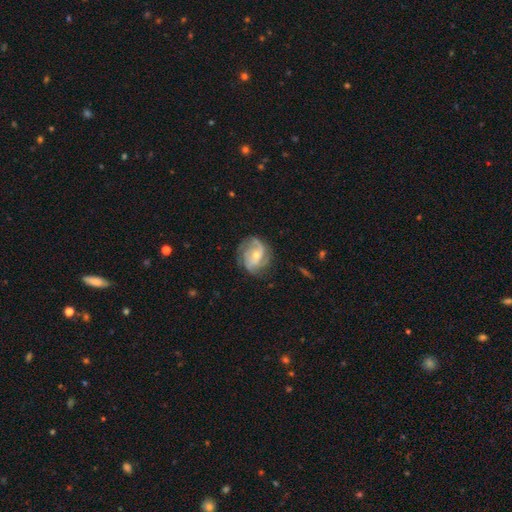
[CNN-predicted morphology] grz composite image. It shows a featured or disk galaxy (80%) with no bar (59%), 2 (36%) medium (43%) spiral arms (94%) and a small central bulge (58%). Merging: none (71%).